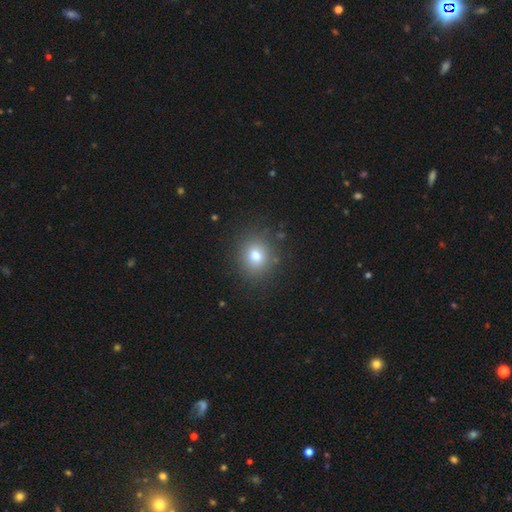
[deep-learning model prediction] A smooth galaxy with no disk features (76%) that is round (77%).

Vote fractions:
- Smooth or featured? smooth: 76% / star or artifact: 14% / featured or disk: 9%
- How rounded? round: 77% / in between: 22% / cigar-shaped: 1%
- Merging? none: 87% / minor disturbance: 8% / major disturbance: 3% / merger: 1%